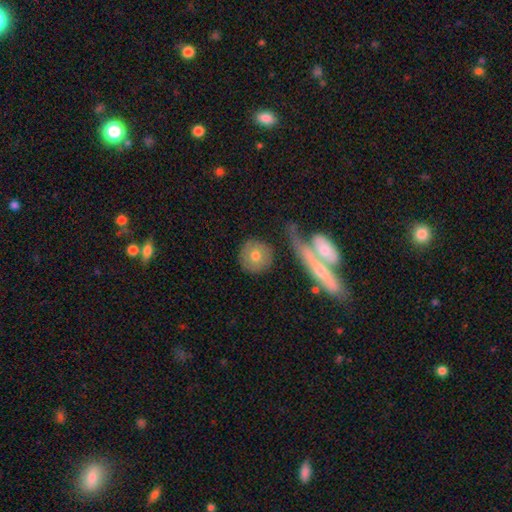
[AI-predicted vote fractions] Q: Smooth or featured?
A: smooth (63%); runner-up: featured or disk (30%)
Q: How rounded?
A: round (91%); runner-up: in between (8%)
Q: Merging?
A: none (74%); runner-up: minor disturbance (11%)